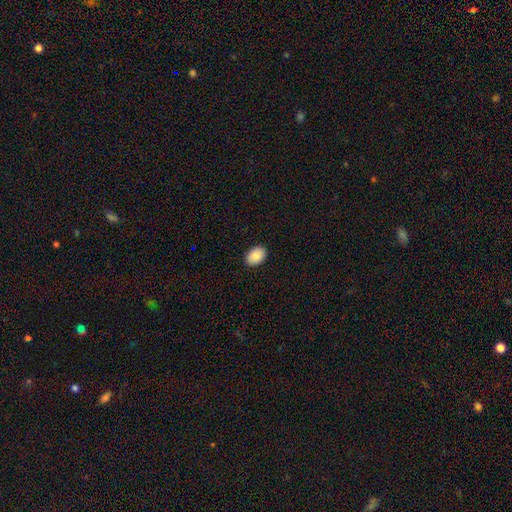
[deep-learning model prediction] smooth-or-featured: smooth: 88% | star or artifact: 7% | featured or disk: 5%
  how-rounded: in between: 83% | round: 16% | cigar-shaped: 1%
  merging: none: 90% | minor disturbance: 7% | major disturbance: 2% | merger: 1%